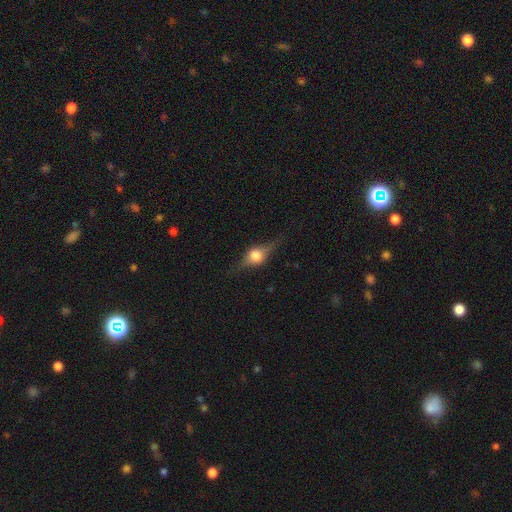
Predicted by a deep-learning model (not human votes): Overall: featured or disk (67%). Edge-on disk: yes (95%). Edge-on bulge: rounded (94%). Merging: none (79%).